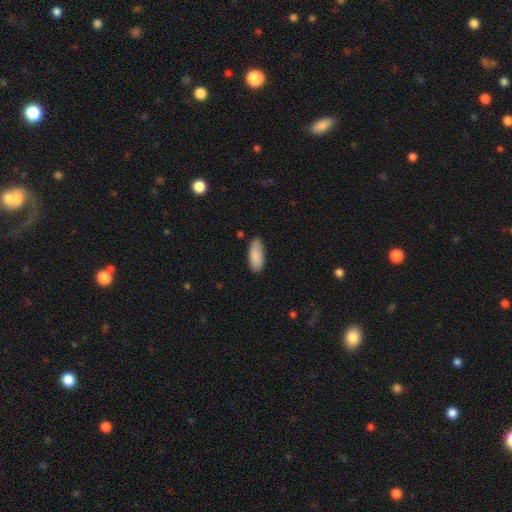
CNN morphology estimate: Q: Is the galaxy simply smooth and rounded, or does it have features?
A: smooth — 89%.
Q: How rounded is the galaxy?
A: in between — 76%.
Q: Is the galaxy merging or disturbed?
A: none — 82%.